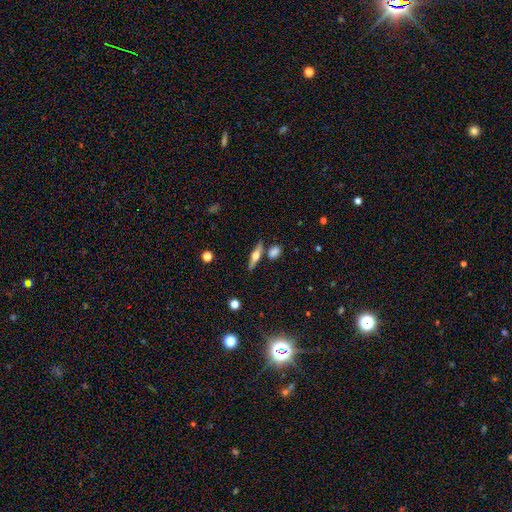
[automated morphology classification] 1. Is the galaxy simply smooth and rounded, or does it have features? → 65% featured or disk, 28% smooth, 7% star or artifact.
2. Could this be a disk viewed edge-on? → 96% yes, 4% no.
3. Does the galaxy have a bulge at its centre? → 94% rounded, 4% boxy, 2% none.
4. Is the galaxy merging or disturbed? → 78% none, 10% merger, 9% minor disturbance, 3% major disturbance.